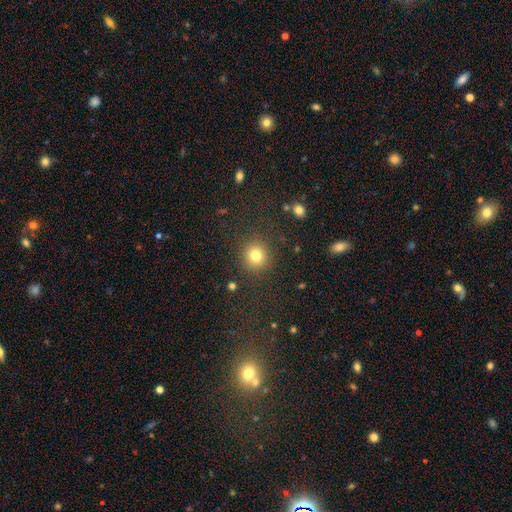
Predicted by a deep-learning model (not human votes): Overall: smooth (80%). How rounded: round (91%). Merging: none (88%).